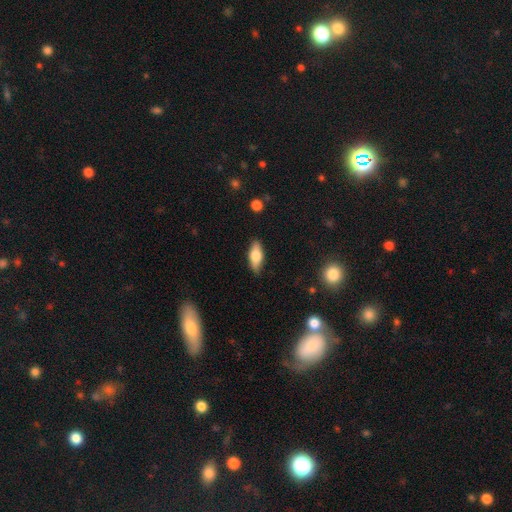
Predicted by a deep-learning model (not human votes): Smooth or featured?
  - smooth: 64% *
  - featured or disk: 30%
  - star or artifact: 6%
How rounded?
  - in between: 74% *
  - cigar-shaped: 23%
  - round: 3%
Merging?
  - none: 85% *
  - minor disturbance: 11%
  - major disturbance: 2%
  - merger: 1%